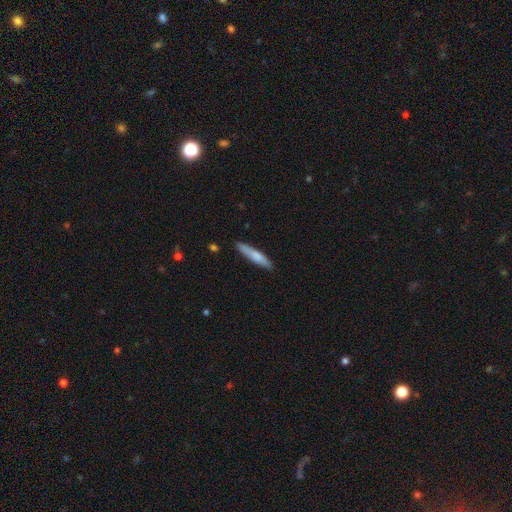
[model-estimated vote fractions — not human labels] The model was most divided on "smooth or featured": smooth: 71%, featured or disk: 24%, star or artifact: 5%. More confident: how rounded — cigar-shaped (89%); merging — none (85%).